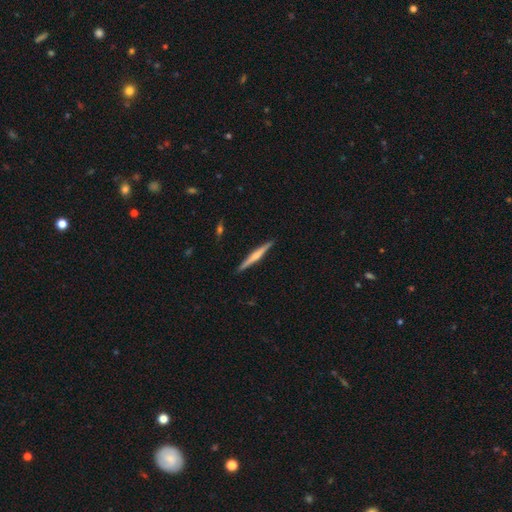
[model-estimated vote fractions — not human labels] Overall: featured or disk (60%; smooth 34%). Edge-on disk: yes (98%). Edge-on bulge: rounded (64%). Merging: none (91%).